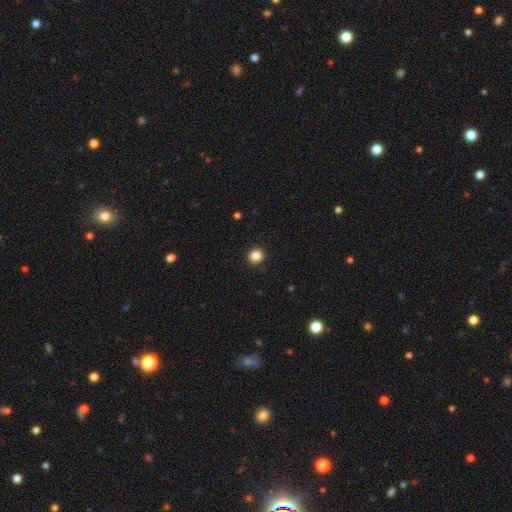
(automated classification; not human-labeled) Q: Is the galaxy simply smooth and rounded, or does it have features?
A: smooth — 86%.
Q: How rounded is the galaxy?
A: round — 90%.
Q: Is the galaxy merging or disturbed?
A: none — 92%.